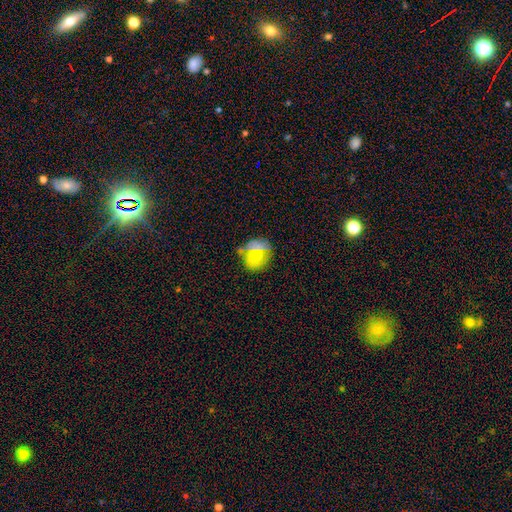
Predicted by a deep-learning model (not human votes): Smooth or featured? Predicted: smooth (p=0.68). How rounded? Predicted: round (p=0.79). Merging? Predicted: none (p=0.64).